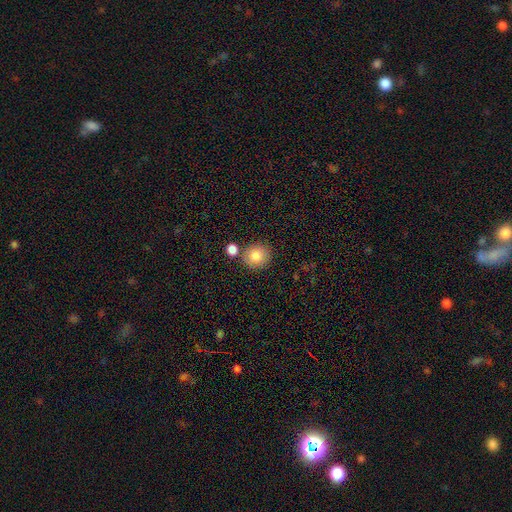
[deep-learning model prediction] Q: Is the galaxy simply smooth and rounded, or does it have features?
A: smooth — 85%.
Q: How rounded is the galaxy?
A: round — 85%.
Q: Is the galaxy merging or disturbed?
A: none — 76%.